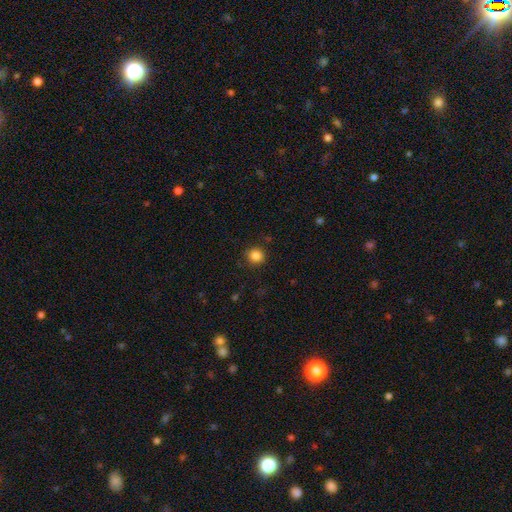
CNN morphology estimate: Q: Smooth or featured?
A: smooth (85%); runner-up: star or artifact (11%)
Q: How rounded?
A: round (90%); runner-up: in between (9%)
Q: Merging?
A: none (88%); runner-up: minor disturbance (8%)